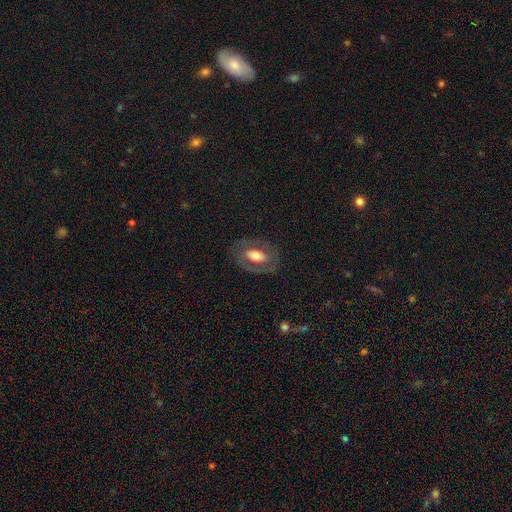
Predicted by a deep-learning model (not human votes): Smooth or featured? Predicted: featured or disk (p=0.54). Edge-on disk? Predicted: no (p=0.91). Merging? Predicted: none (p=0.76).